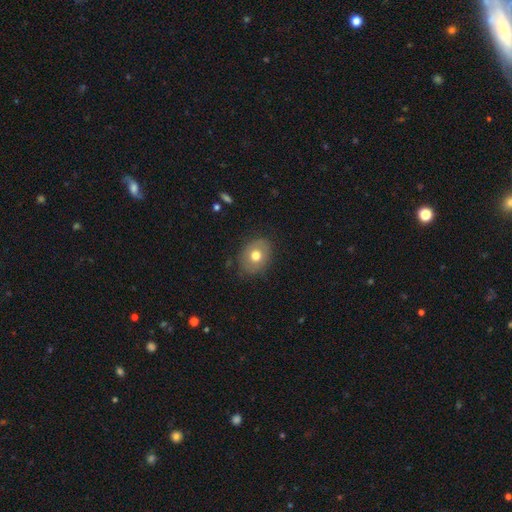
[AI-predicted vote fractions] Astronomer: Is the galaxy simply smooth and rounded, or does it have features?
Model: smooth — 64%.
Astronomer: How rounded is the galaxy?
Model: in between — 53% (runner-up: round, 46%).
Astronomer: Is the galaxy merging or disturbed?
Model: none — 81%.